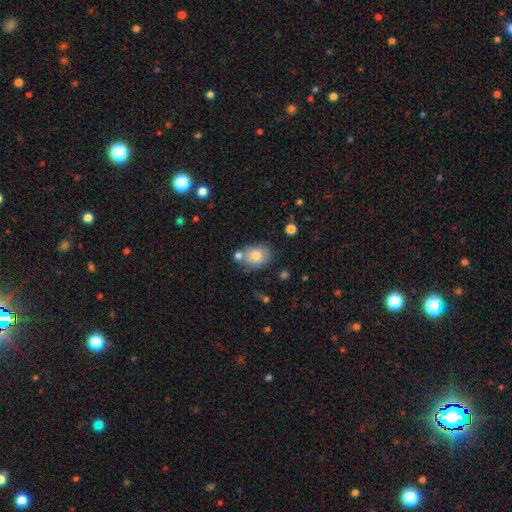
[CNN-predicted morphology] A smooth galaxy with no disk features (76%) that is in between round and cigar-shaped (67%). Merging: none (61%).